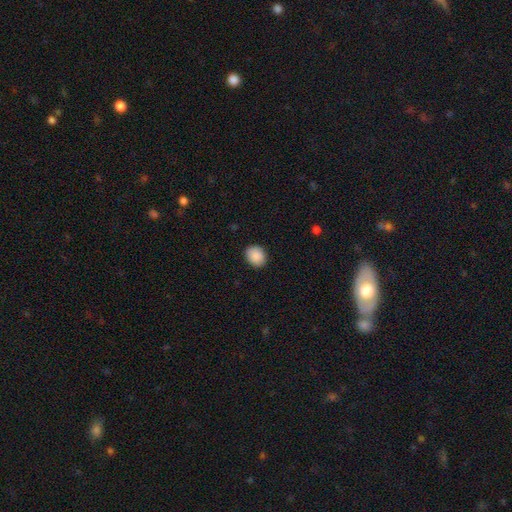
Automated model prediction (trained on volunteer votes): smooth 90%, star or artifact 7%, featured or disk 3%. Down the decision tree: how rounded — round (59%); merging — none (89%).